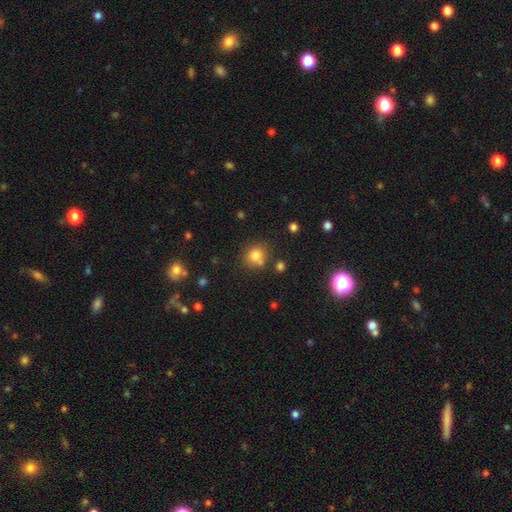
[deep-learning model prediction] Q: Smooth or featured?
A: smooth (80%); runner-up: star or artifact (13%)
Q: How rounded?
A: round (83%); runner-up: in between (16%)
Q: Merging?
A: none (68%); runner-up: minor disturbance (14%)